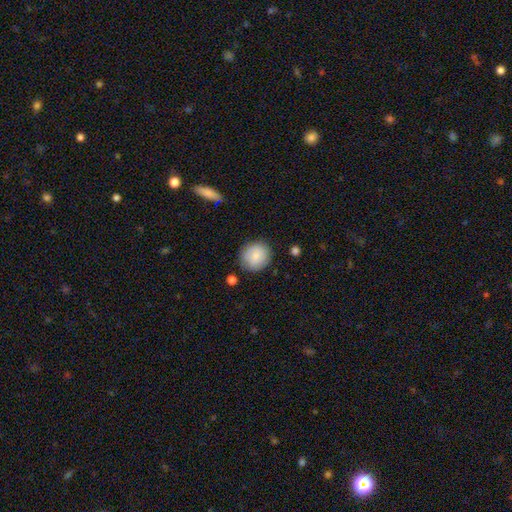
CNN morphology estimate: type=smooth (85%); roundness=round (86%); merging=none (83%).